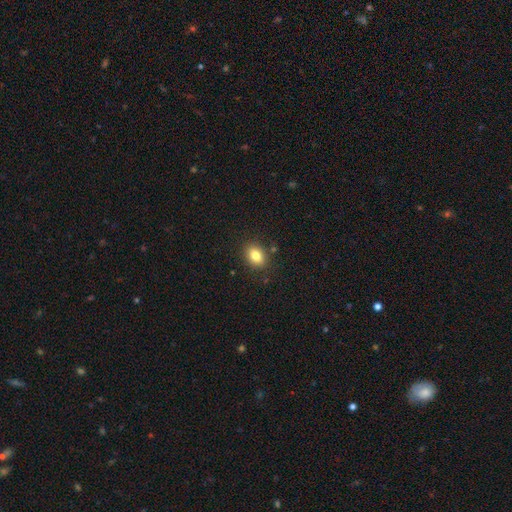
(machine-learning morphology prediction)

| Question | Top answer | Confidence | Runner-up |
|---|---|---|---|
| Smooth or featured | smooth | 82% | star or artifact (9%) |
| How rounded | in between | 71% | round (28%) |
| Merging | none | 85% | minor disturbance (10%) |